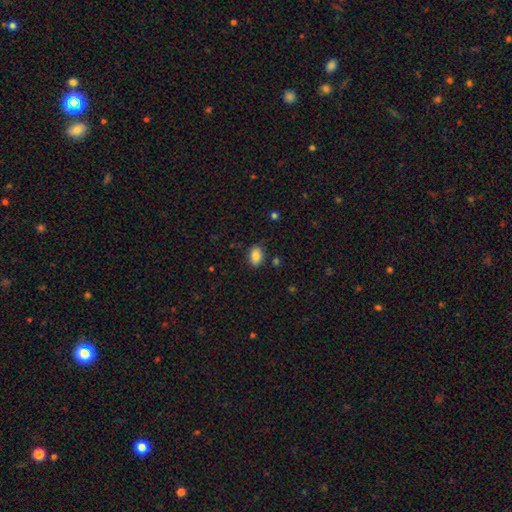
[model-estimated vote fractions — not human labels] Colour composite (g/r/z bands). It shows a smooth galaxy with no disk features (85%) that is in between round and cigar-shaped (82%). Merging: none (80%).